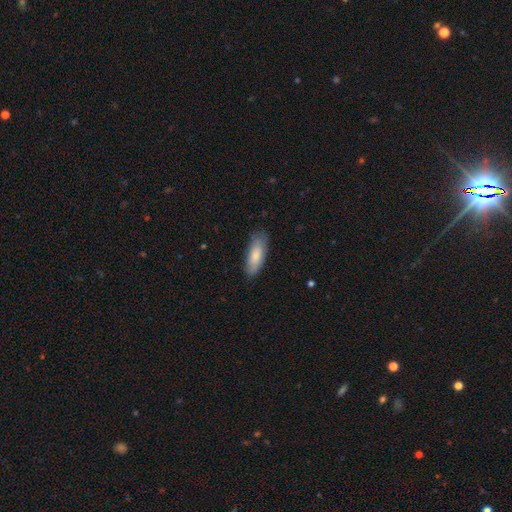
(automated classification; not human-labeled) Overall: smooth (79%). How rounded: in between (71%). Merging: none (78%).